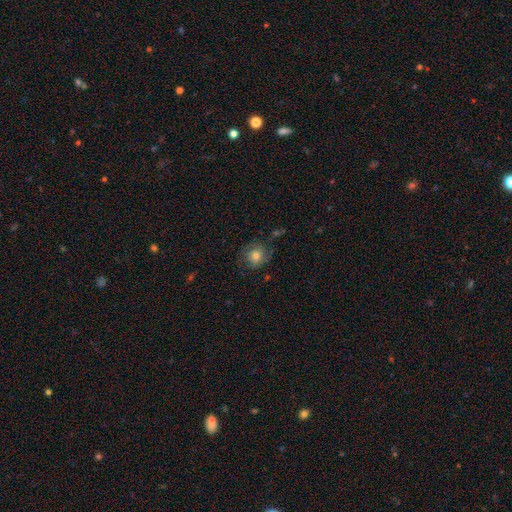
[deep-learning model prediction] This appears to be a smooth galaxy with no disk features (58%) that is round (85%). Merging: none (70%).